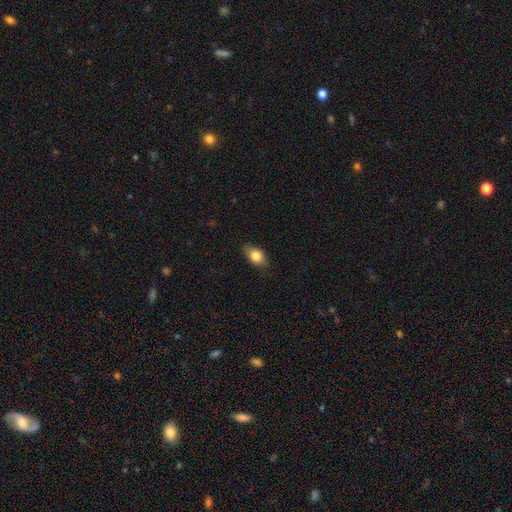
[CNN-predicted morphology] A smooth galaxy with no disk features (82%) that is in between round and cigar-shaped (81%).

Vote fractions:
- Smooth or featured? smooth: 82% / featured or disk: 10% / star or artifact: 8%
- How rounded? in between: 81% / round: 16% / cigar-shaped: 3%
- Merging? none: 80% / minor disturbance: 16% / major disturbance: 3% / merger: 1%